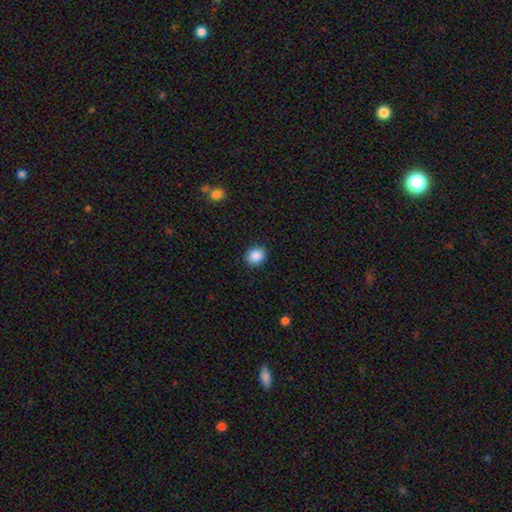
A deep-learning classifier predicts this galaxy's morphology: smooth_or_featured: smooth (p=0.88) [alt: star or artifact p=0.09]
how_rounded: round (p=0.77) [alt: in between p=0.22]
merging: none (p=0.91) [alt: minor disturbance p=0.06]